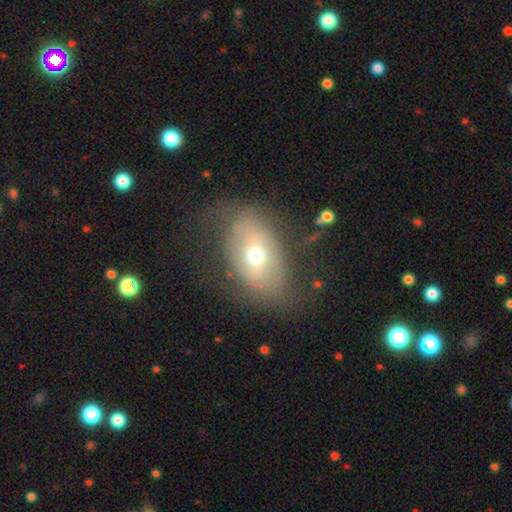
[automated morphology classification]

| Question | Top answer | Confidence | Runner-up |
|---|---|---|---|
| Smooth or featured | smooth | 50% | featured or disk (39%) |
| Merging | none | 57% | minor disturbance (23%) |